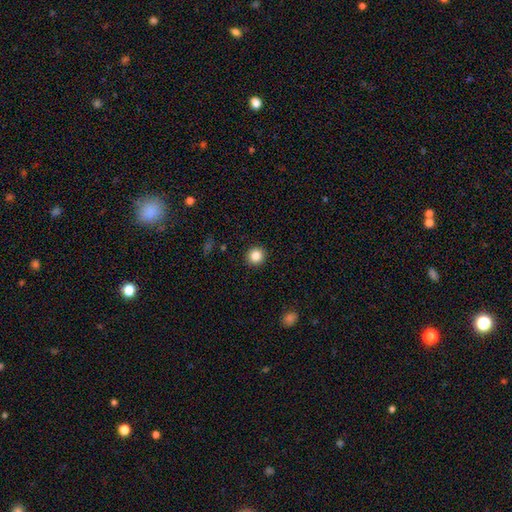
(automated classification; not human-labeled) Smooth or featured?
  - smooth: 85% *
  - star or artifact: 10%
  - featured or disk: 4%
How rounded?
  - round: 93% *
  - in between: 6%
  - cigar-shaped: 1%
Merging?
  - none: 92% *
  - minor disturbance: 5%
  - major disturbance: 2%
  - merger: 1%